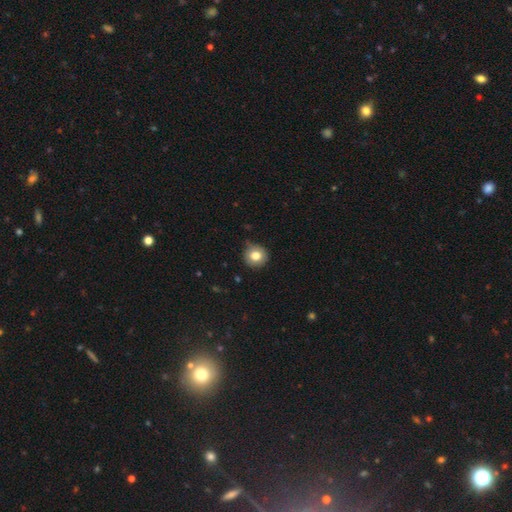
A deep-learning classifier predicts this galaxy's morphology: The model was most divided on "merging": none: 79%, minor disturbance: 16%, major disturbance: 3%, merger: 2%. More confident: how rounded — round (92%); smooth or featured — smooth (80%).